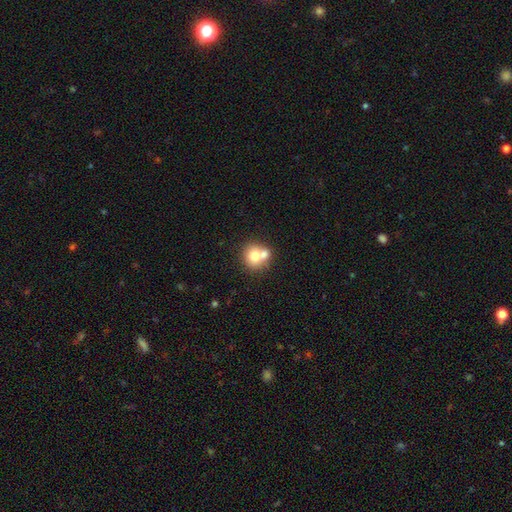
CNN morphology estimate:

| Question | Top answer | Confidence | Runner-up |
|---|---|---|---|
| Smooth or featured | smooth | 72% | featured or disk (18%) |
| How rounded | round | 81% | in between (18%) |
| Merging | merger | 49% | none (40%) |